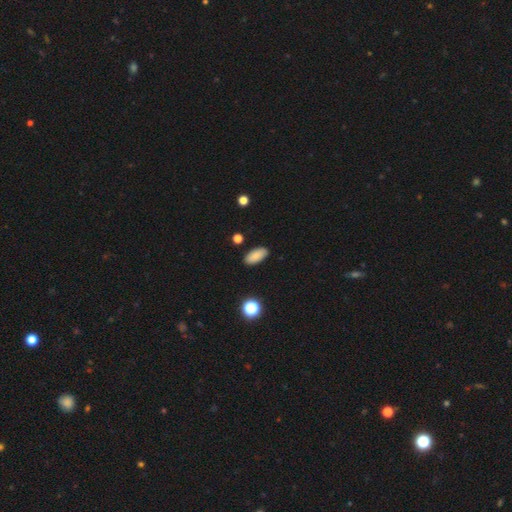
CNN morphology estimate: Q: Smooth or featured?
A: smooth (86%); runner-up: star or artifact (9%)
Q: How rounded?
A: in between (90%); runner-up: cigar-shaped (7%)
Q: Merging?
A: none (89%); runner-up: minor disturbance (8%)